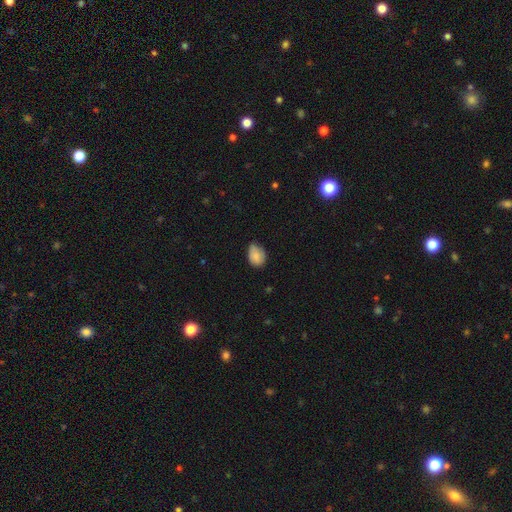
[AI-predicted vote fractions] A smooth galaxy with no disk features (84%) that is in between round and cigar-shaped (73%).

Vote fractions:
- Smooth or featured? smooth: 84% / star or artifact: 8% / featured or disk: 8%
- How rounded? in between: 73% / round: 26% / cigar-shaped: 1%
- Merging? none: 54% / minor disturbance: 39% / major disturbance: 6% / merger: 2%